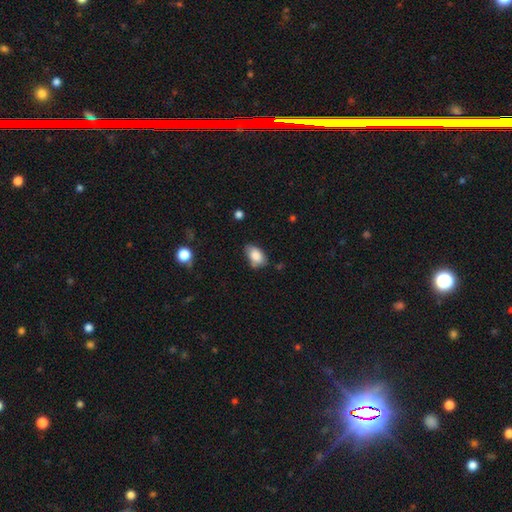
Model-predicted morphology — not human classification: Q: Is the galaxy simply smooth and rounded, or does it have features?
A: smooth — 85%.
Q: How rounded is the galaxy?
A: in between — 89%.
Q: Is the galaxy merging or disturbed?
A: none — 61%.